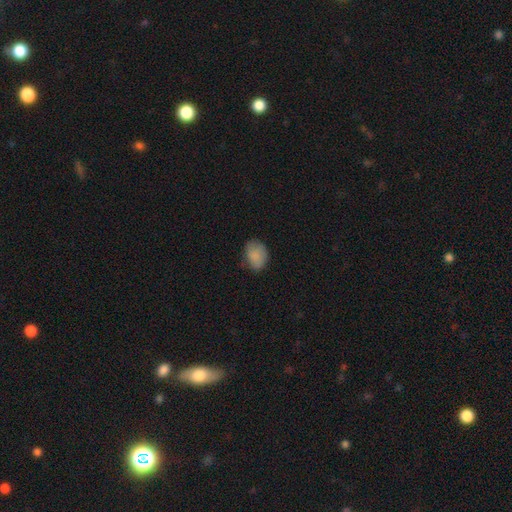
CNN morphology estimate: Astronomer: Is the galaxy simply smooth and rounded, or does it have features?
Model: smooth — 84%.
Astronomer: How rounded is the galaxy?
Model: in between — 66%.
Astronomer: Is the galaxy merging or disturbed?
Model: none — 65%.